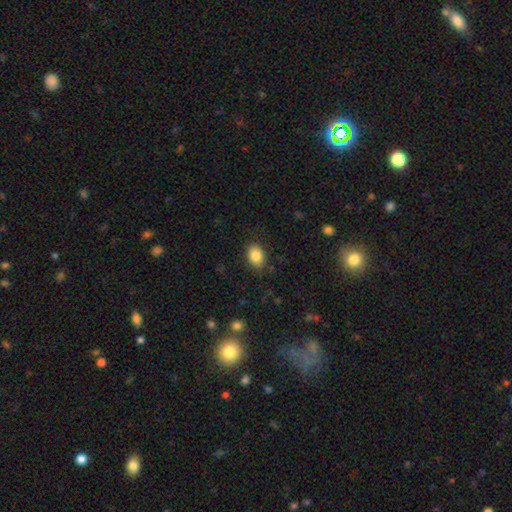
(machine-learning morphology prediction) A smooth galaxy with no disk features (86%) that is in between round and cigar-shaped (81%). Merging: none (85%).